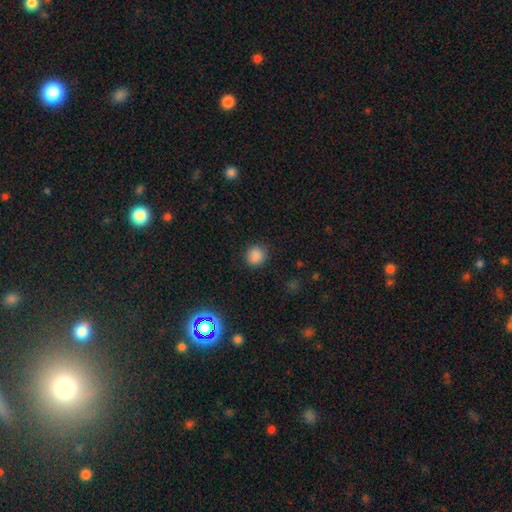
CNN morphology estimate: This appears to be a smooth galaxy with no disk features (84%) that is round (89%). Merging: none (88%).